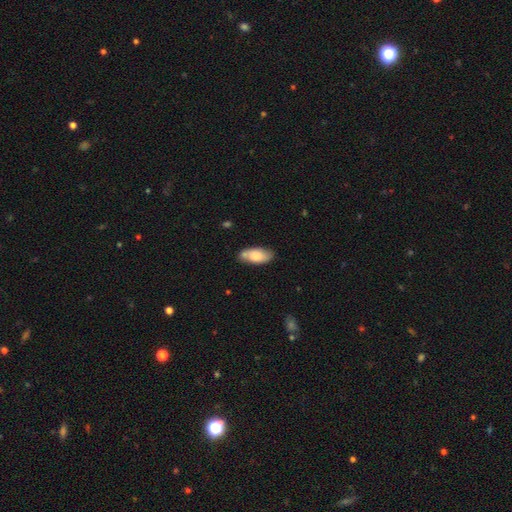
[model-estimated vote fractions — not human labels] The model was most divided on "merging": none: 66%, minor disturbance: 20%, merger: 10%, major disturbance: 4%. More confident: how rounded — in between (88%); smooth or featured — smooth (72%).